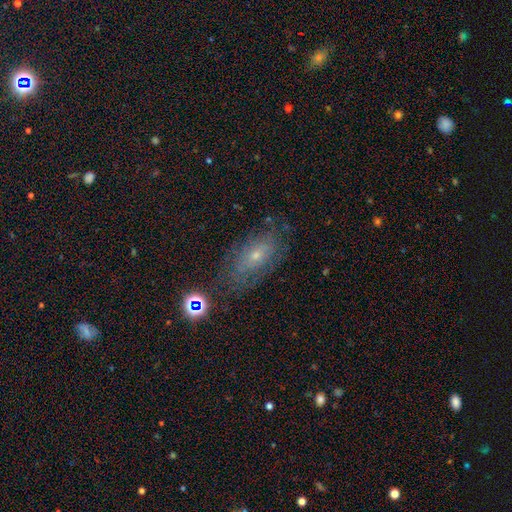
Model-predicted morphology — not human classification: The model was most divided on "smooth or featured": featured or disk: 44%, smooth: 39%, star or artifact: 17%. More confident: merging — none (66%).